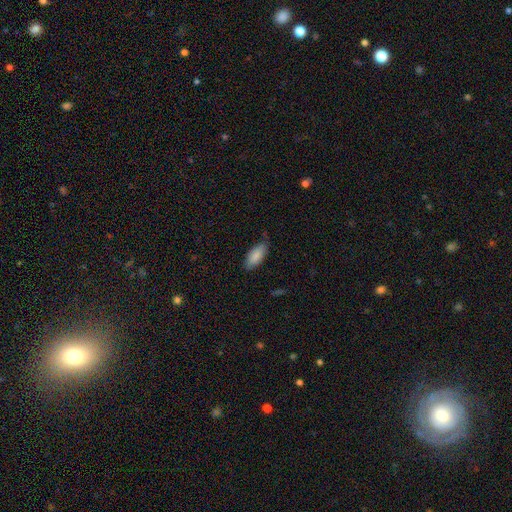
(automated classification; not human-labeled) The model was most divided on "merging": none: 72%, minor disturbance: 22%, major disturbance: 4%, merger: 1%. More confident: how rounded — in between (87%); smooth or featured — smooth (86%).